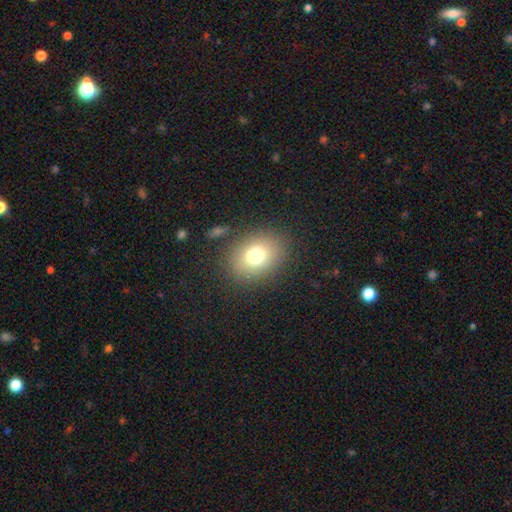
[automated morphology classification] smooth 75%, star or artifact 13%, featured or disk 12%. Down the decision tree: how rounded — in between (58%); merging — none (84%).